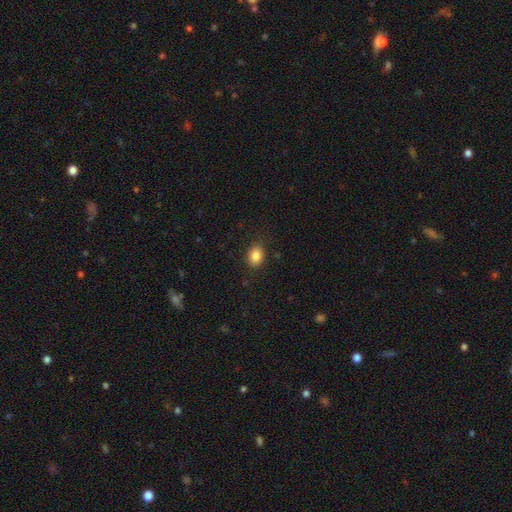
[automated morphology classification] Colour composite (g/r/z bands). It shows a smooth galaxy with no disk features (86%) that is in between round and cigar-shaped (65%). Merging: none (85%).